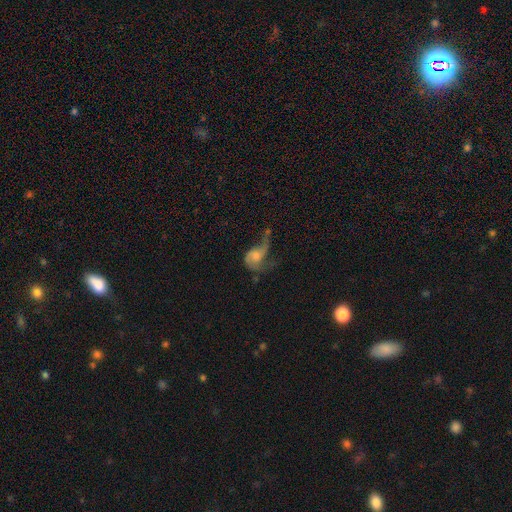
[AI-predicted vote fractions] Smooth or featured? Predicted: featured or disk (p=0.65). Edge-on disk? Predicted: no (p=0.97). Bar? Predicted: no (p=0.70). Spiral arms? Predicted: yes (p=0.84). Spiral winding? Predicted: loose (p=0.67). Spiral arm count? Predicted: 2 (p=0.60). Bulge size? Predicted: moderate (p=0.37). Merging? Predicted: major disturbance (p=0.46).